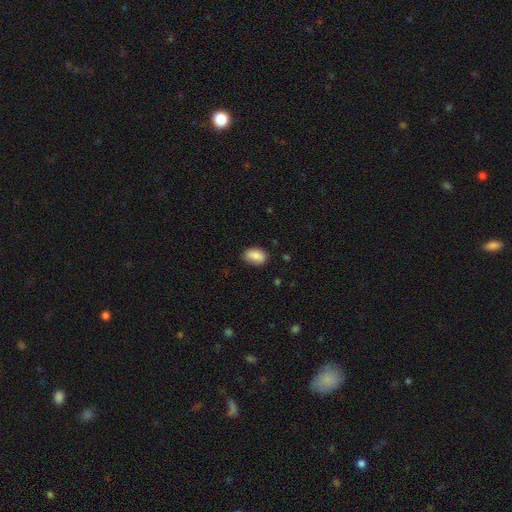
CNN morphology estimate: This appears to be a smooth galaxy with no disk features (86%) that is in between round and cigar-shaped (89%). Merging: none (80%).